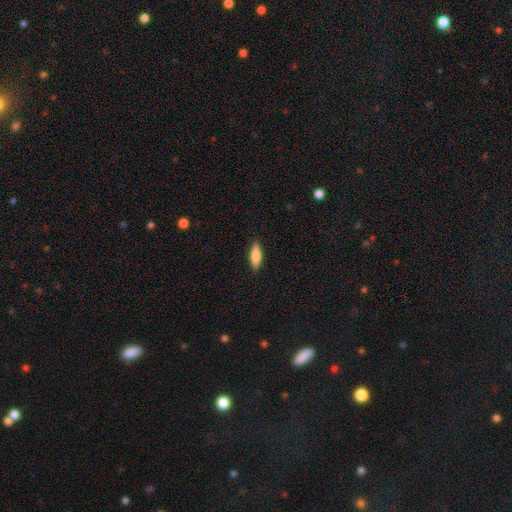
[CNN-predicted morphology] Q: Smooth or featured?
A: smooth (79%); runner-up: featured or disk (15%)
Q: How rounded?
A: cigar-shaped (54%); runner-up: in between (44%)
Q: Merging?
A: none (89%); runner-up: minor disturbance (8%)